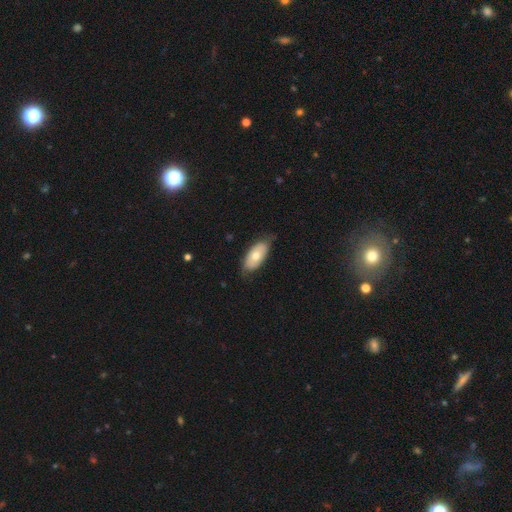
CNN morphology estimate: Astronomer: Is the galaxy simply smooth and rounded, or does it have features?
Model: smooth — 63%.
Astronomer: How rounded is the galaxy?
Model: in between — 92%.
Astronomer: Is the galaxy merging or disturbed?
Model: none — 74%.